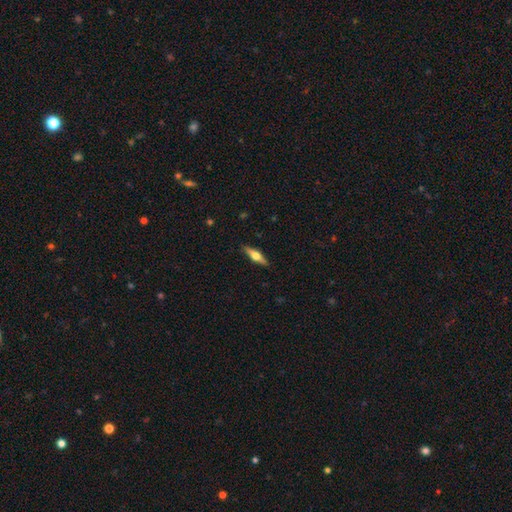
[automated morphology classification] The model was most divided on "smooth or featured": featured or disk: 61%, smooth: 33%, star or artifact: 6%. More confident: edge-on disk — yes (95%); edge-on bulge — rounded (95%); merging — none (89%).